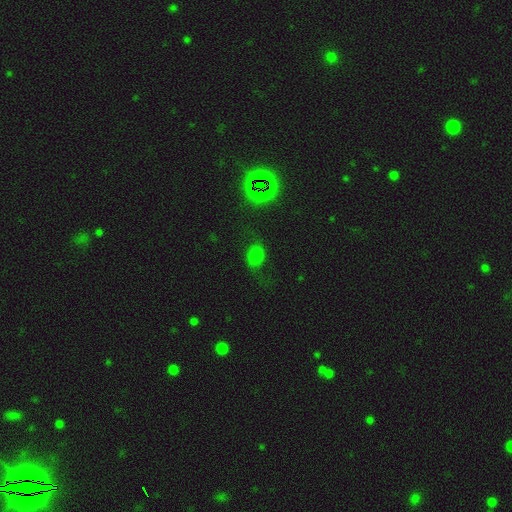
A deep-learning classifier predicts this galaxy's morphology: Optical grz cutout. It shows a smooth galaxy with no disk features (66%) that is in between round and cigar-shaped (68%). Merging: none (63%).